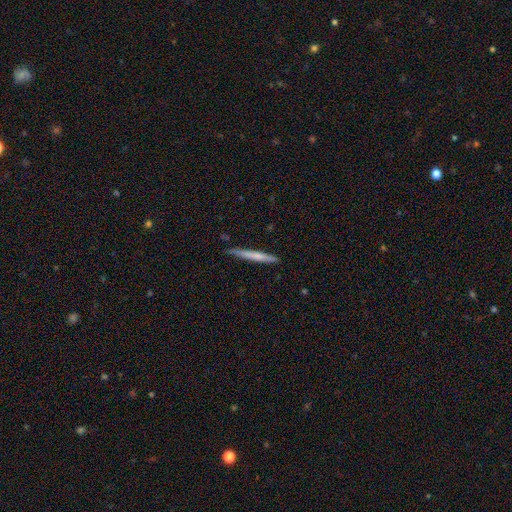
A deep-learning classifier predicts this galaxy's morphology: This is possibly a smooth galaxy (58%). How rounded: clearly cigar-shaped (96%). Merging: clearly none (84%).